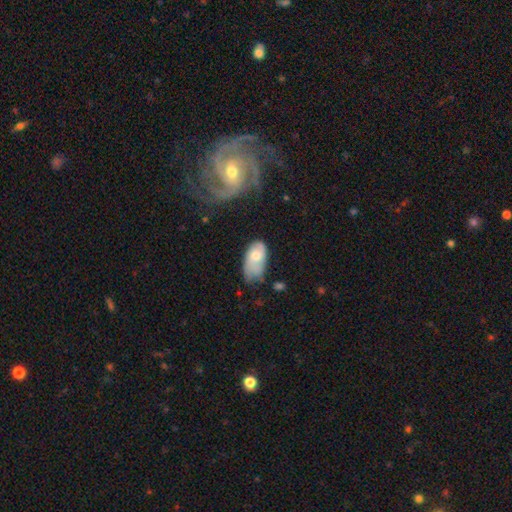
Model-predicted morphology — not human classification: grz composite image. It shows a smooth galaxy with no disk features (56%) that is in between round and cigar-shaped (92%). Merging: minor disturbance (39%).